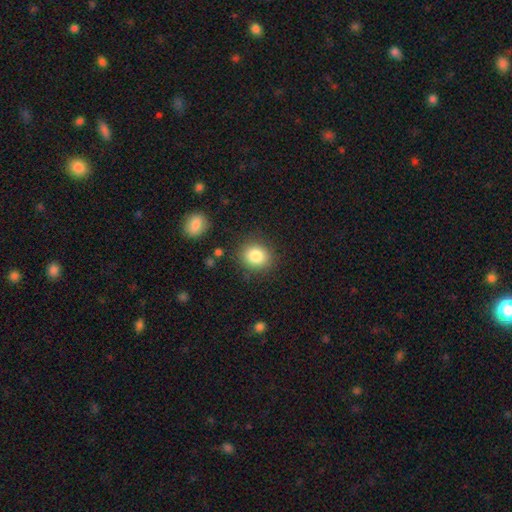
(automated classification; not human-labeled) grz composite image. It shows a smooth galaxy with no disk features (84%) that is round (75%). Merging: none (86%).